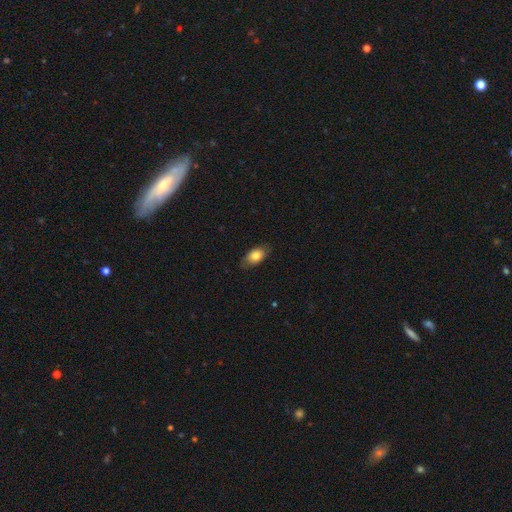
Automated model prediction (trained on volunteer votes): Smooth or featured? Predicted: smooth (p=0.77). How rounded? Predicted: in between (p=0.88). Merging? Predicted: none (p=0.79).